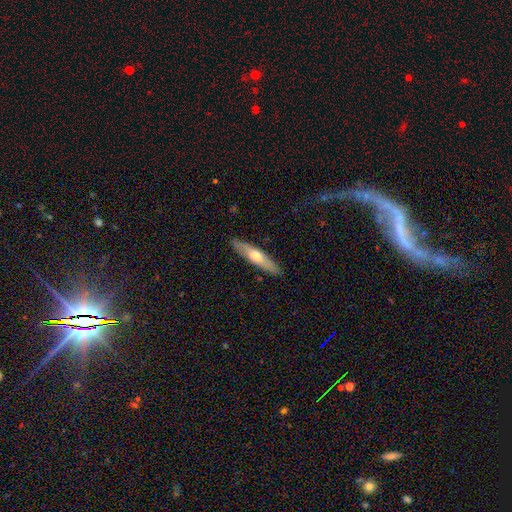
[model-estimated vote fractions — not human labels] A smooth galaxy with no disk features (49%). Merging: none (88%).